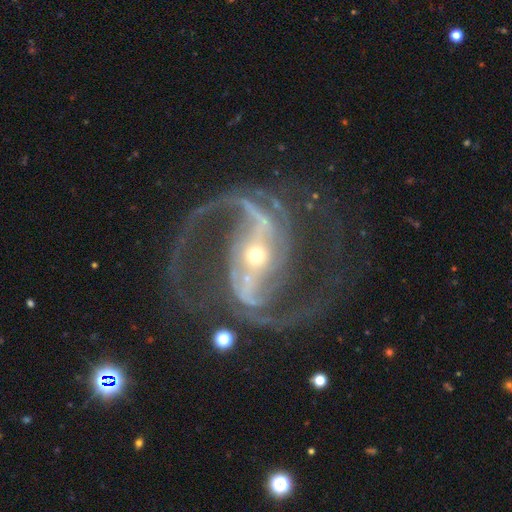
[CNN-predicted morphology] Smooth or featured? Predicted: featured or disk (p=0.93). Edge-on disk? Predicted: no (p=0.97). Bar? Predicted: strong (p=0.66). Spiral arms? Predicted: yes (p=0.98). Spiral winding? Predicted: medium (p=0.61). Spiral arm count? Predicted: 2 (p=0.92). Bulge size? Predicted: small (p=0.64). Merging? Predicted: none (p=0.73).